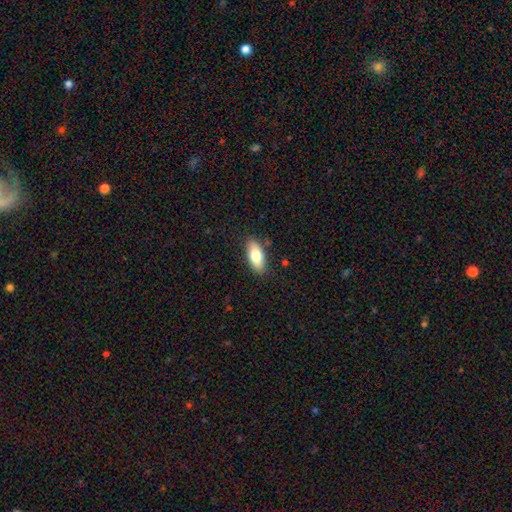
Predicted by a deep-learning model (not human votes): This appears to be a smooth galaxy with no disk features (77%) that is in between round and cigar-shaped (82%). Merging: none (86%).